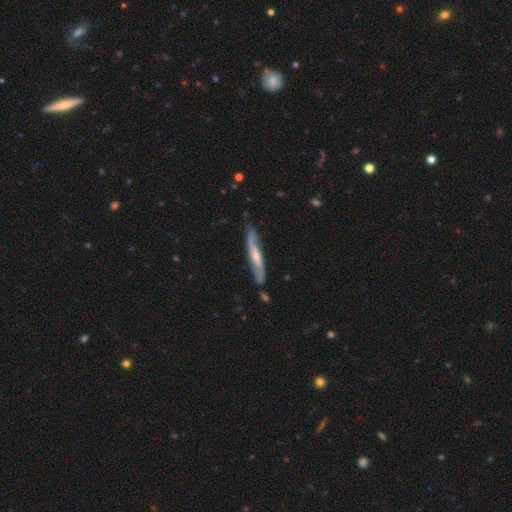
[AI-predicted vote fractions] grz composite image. It shows a featured or disk galaxy (67%) viewed edge-on (70%). Merging: none (78%).